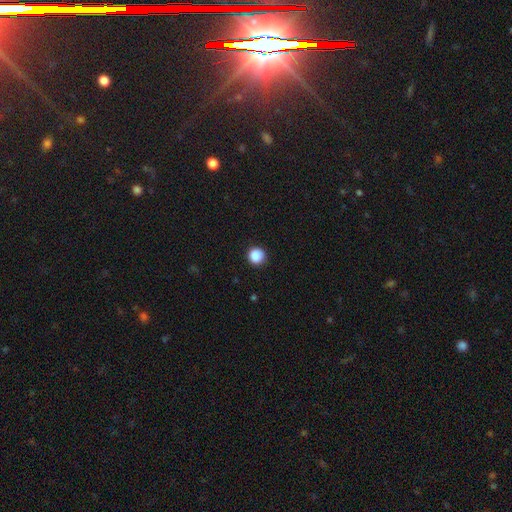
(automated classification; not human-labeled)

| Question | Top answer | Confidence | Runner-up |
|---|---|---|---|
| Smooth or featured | smooth | 88% | star or artifact (10%) |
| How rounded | round | 95% | in between (4%) |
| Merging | none | 91% | minor disturbance (6%) |